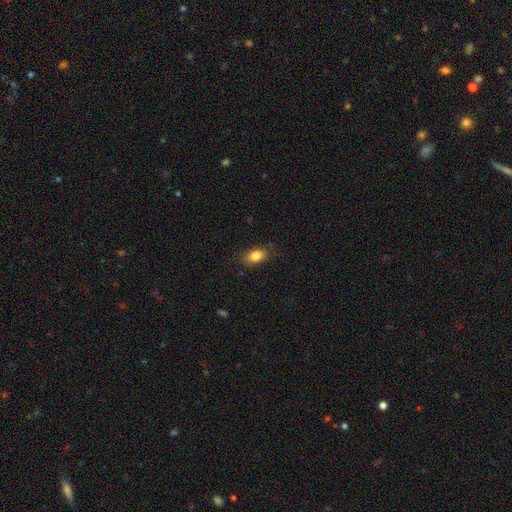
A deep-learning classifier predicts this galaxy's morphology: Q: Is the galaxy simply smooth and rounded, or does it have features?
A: smooth — 84%.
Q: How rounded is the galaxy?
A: in between — 86%.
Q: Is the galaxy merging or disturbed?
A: none — 80%.